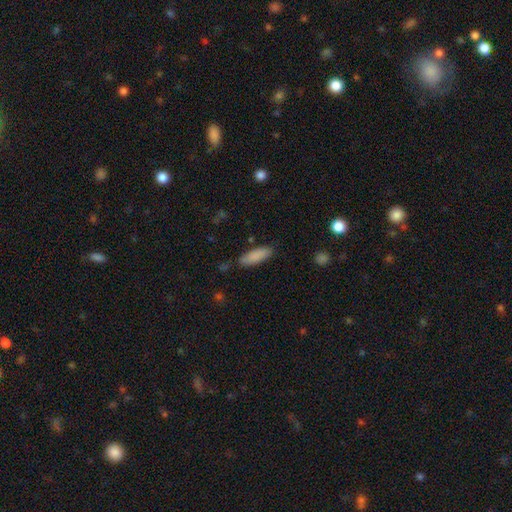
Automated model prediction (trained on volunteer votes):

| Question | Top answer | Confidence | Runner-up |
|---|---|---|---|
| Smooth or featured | smooth | 87% | star or artifact (6%) |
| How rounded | in between | 64% | cigar-shaped (34%) |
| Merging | none | 80% | minor disturbance (14%) |